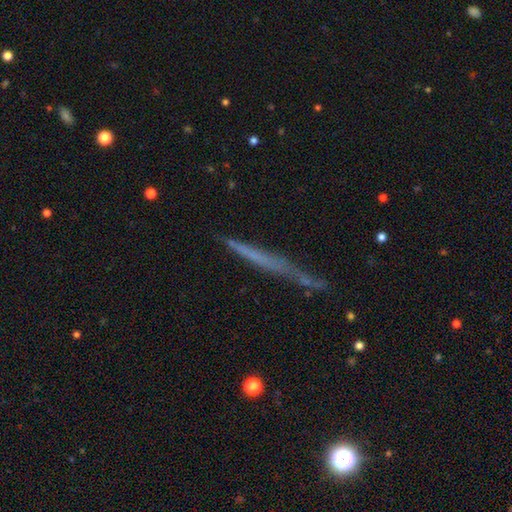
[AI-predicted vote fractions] featured or disk 46%, smooth 44%, star or artifact 10%. Down the decision tree: merging — none (73%).